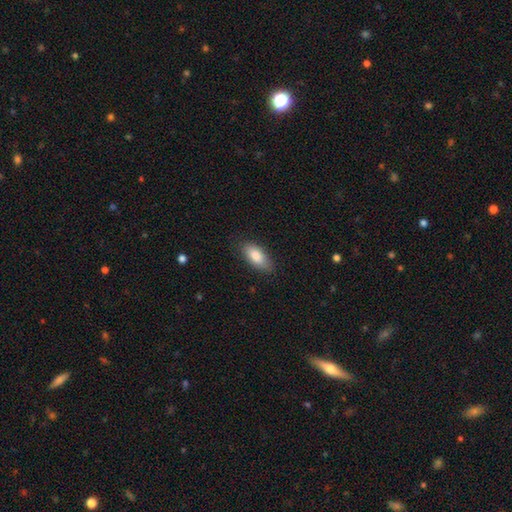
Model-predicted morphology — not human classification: The model was most divided on "merging": none: 82%, minor disturbance: 14%, major disturbance: 3%, merger: 1%. More confident: how rounded — in between (86%); smooth or featured — smooth (84%).